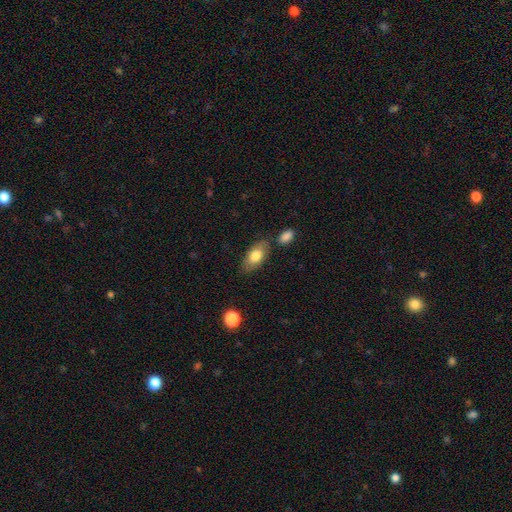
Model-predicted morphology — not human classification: Smooth or featured? smooth (77%)
How rounded? in between (89%)
Merging? none (75%)